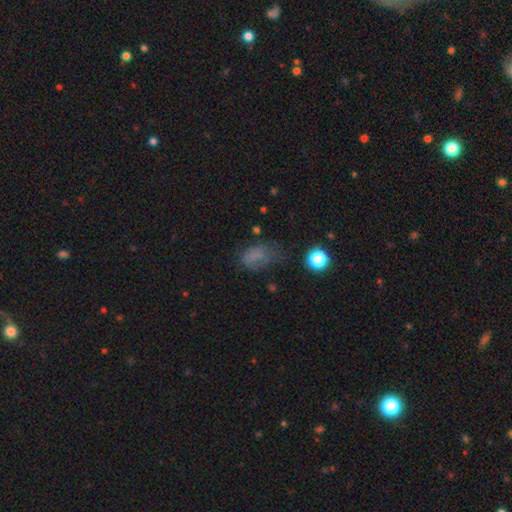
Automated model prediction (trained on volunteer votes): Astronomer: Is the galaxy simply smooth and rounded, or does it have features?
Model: smooth — 67%.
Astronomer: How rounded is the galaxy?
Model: in between — 79%.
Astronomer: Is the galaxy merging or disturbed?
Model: none — 37% (runner-up: major disturbance, 30%).